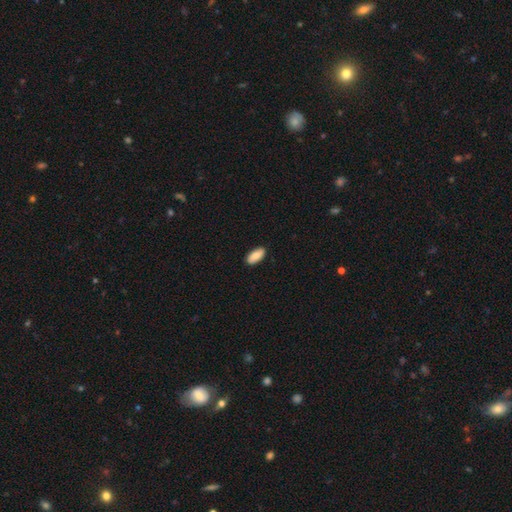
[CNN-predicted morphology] A smooth galaxy with no disk features (83%) that is in between round and cigar-shaped (90%). Merging: none (88%).